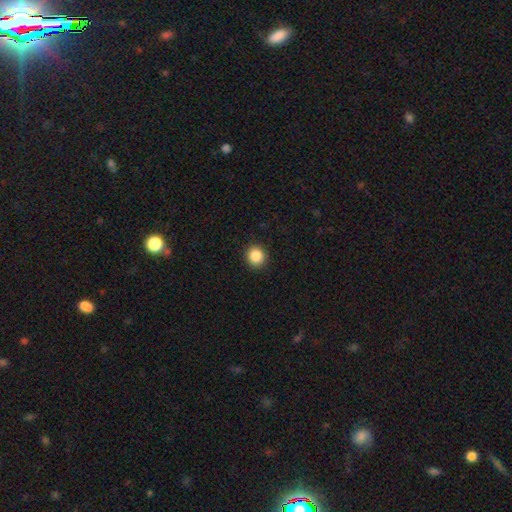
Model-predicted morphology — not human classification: Q: Smooth or featured?
A: smooth (86%); runner-up: star or artifact (10%)
Q: How rounded?
A: round (88%); runner-up: in between (11%)
Q: Merging?
A: none (92%); runner-up: minor disturbance (5%)